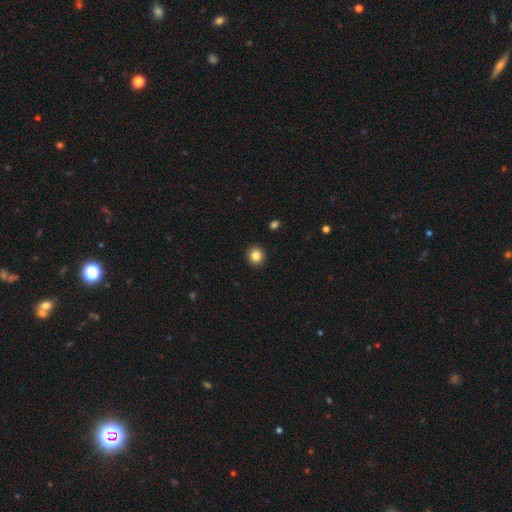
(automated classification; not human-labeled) This appears to be a smooth galaxy with no disk features (84%) that is round (90%). Merging: none (93%).